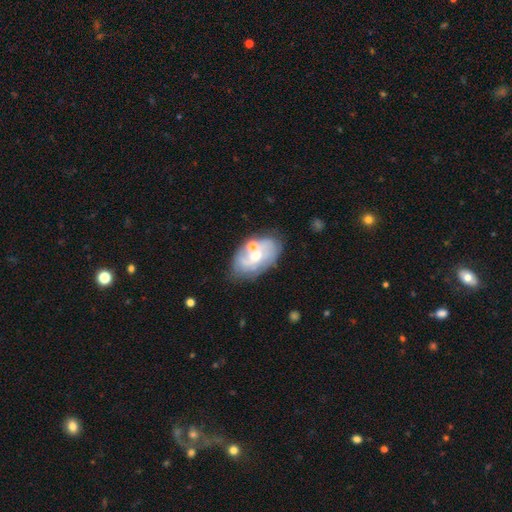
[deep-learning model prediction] This is likely a featured or disk galaxy (60%). It is clearly not viewed edge-on (95%). Bar: likely no (65%). Spiral arm pattern: likely yes (62%). Central bulge: possibly moderate (54%). Merging: possibly none (54%).